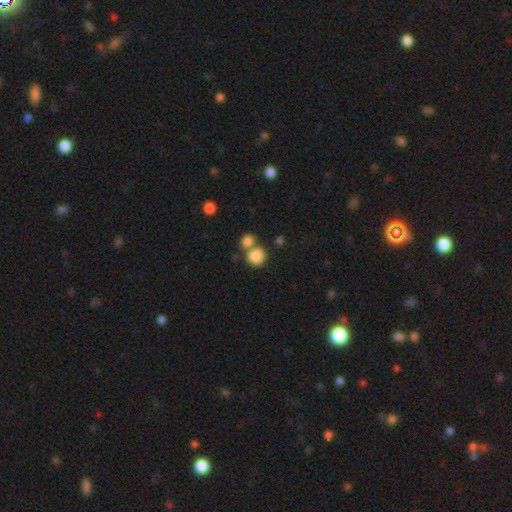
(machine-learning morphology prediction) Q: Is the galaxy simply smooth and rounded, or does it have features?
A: smooth — 84%.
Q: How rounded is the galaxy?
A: round — 73%.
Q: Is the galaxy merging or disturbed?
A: none — 44%.